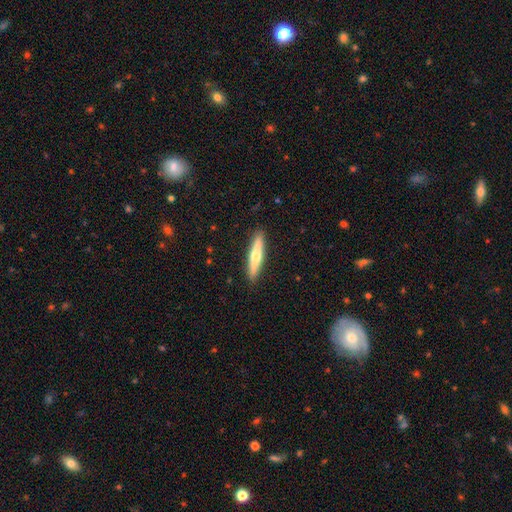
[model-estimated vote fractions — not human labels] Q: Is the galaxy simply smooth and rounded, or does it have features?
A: featured or disk — 50%.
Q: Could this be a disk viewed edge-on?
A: yes — 94%.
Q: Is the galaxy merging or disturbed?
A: none — 90%.